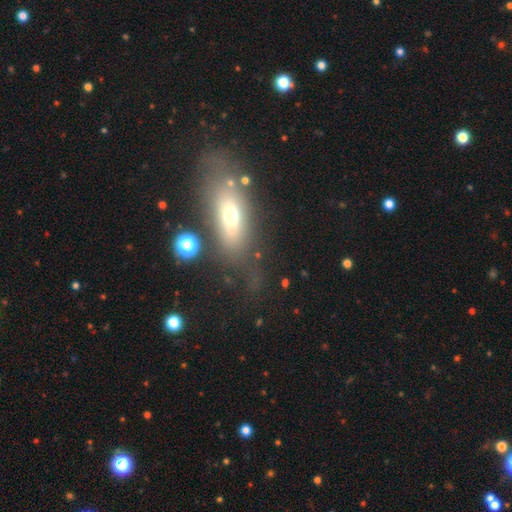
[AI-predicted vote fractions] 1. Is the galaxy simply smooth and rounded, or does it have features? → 57% featured or disk, 30% smooth, 13% star or artifact.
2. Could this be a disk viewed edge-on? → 71% no, 29% yes.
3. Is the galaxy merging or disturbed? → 69% none, 18% minor disturbance, 9% major disturbance, 4% merger.